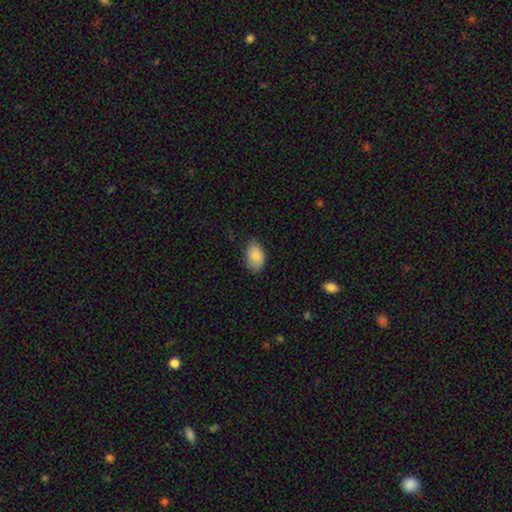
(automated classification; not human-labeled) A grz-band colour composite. It shows a smooth galaxy with no disk features (86%) that is in between round and cigar-shaped (86%). Merging: none (77%).